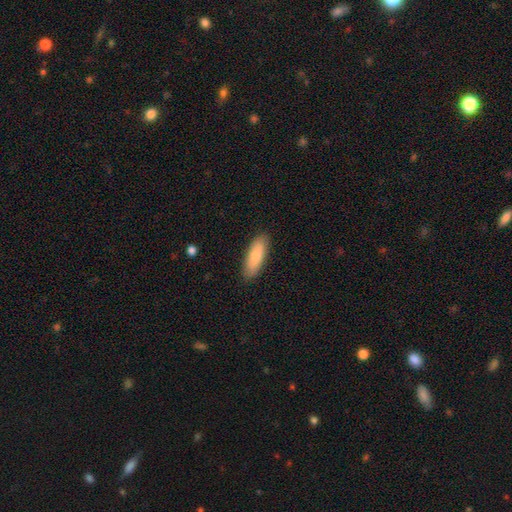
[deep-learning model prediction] Q: Smooth or featured?
A: smooth (83%); runner-up: featured or disk (12%)
Q: How rounded?
A: in between (65%); runner-up: cigar-shaped (34%)
Q: Merging?
A: none (87%); runner-up: minor disturbance (10%)